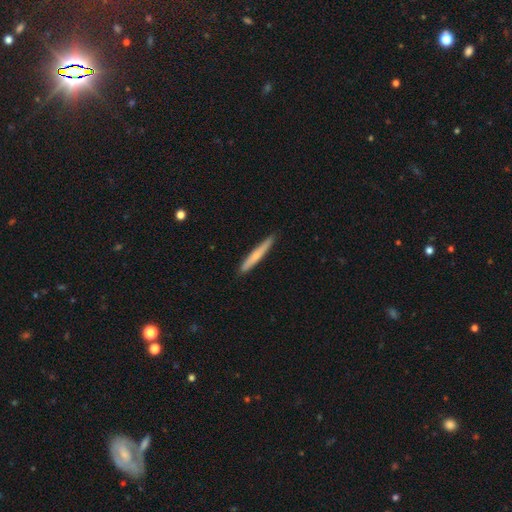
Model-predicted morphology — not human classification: A smooth galaxy with no disk features (59%) that is cigar-shaped (96%).

Vote fractions:
- Smooth or featured? smooth: 59% / featured or disk: 35% / star or artifact: 6%
- How rounded? cigar-shaped: 96% / in between: 3% / round: 1%
- Merging? none: 91% / minor disturbance: 7% / major disturbance: 1% / merger: 1%